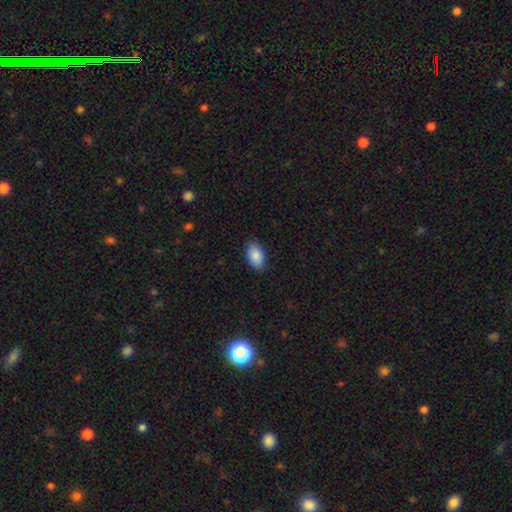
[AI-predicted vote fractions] Q: Smooth or featured?
A: smooth (86%); runner-up: featured or disk (7%)
Q: How rounded?
A: in between (93%); runner-up: round (6%)
Q: Merging?
A: none (85%); runner-up: minor disturbance (12%)